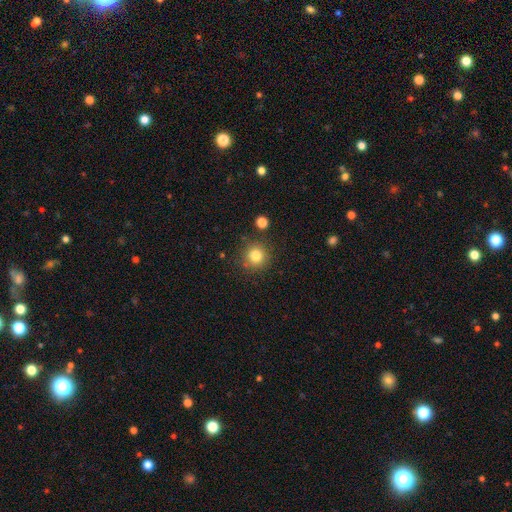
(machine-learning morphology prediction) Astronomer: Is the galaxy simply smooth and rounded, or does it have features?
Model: smooth — 81%.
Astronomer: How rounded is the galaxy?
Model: round — 94%.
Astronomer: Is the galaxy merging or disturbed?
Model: none — 86%.